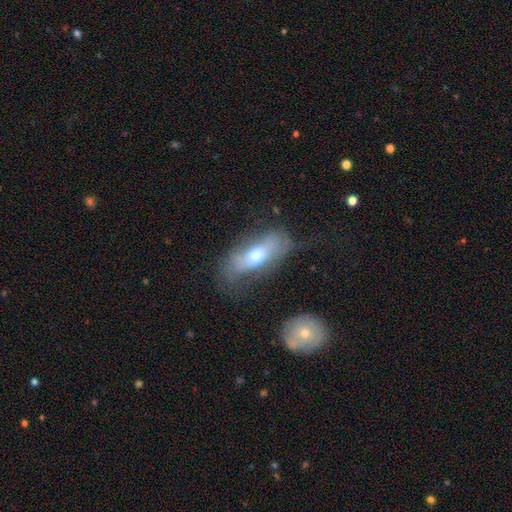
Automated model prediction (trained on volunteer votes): Smooth or featured?
  - smooth: 47% *
  - featured or disk: 45%
  - star or artifact: 7%
Merging?
  - none: 54% *
  - minor disturbance: 26%
  - major disturbance: 17%
  - merger: 3%